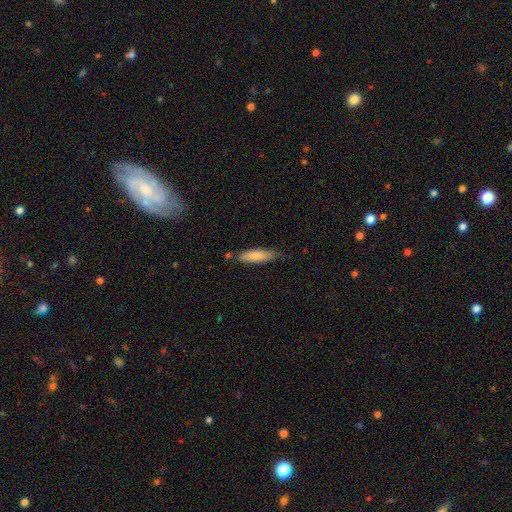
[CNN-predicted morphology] A smooth galaxy with no disk features (79%) that is cigar-shaped (62%).

Vote fractions:
- Smooth or featured? smooth: 79% / featured or disk: 15% / star or artifact: 6%
- How rounded? cigar-shaped: 62% / in between: 37% / round: 2%
- Merging? none: 72% / minor disturbance: 21% / merger: 4% / major disturbance: 3%